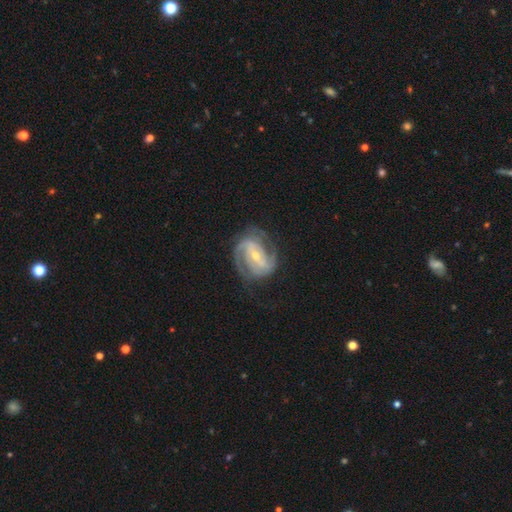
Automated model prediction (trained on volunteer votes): The model was most divided on "spiral winding" (2-way tie): tight: 44%, medium: 44%, loose: 13%. Remaining: edge-on disk — no (97%); spiral arms — yes (97%); smooth or featured — featured or disk (89%); merging — none (73%); spiral arm count — 2 (64%); bulge size — small (55%); bar — strong (46%).